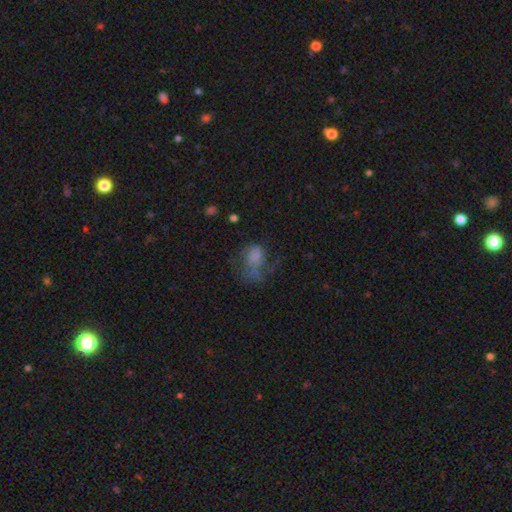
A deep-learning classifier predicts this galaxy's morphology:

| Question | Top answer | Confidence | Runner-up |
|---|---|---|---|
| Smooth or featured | smooth | 52% | featured or disk (34%) |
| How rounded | in between | 65% | round (33%) |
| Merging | major disturbance | 51% | none (26%) |